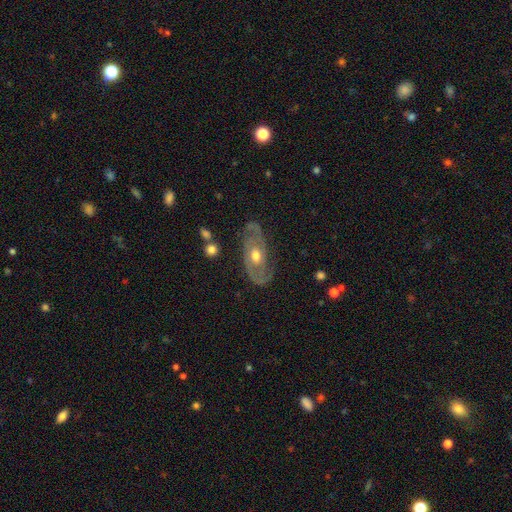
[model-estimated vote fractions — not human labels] smooth_or_featured: featured or disk (p=0.85) [alt: smooth p=0.09]
disk_edge_on: no (p=0.94) [alt: yes p=0.06]
bar: no (p=0.69) [alt: weak p=0.24]
has_spiral_arms: yes (p=0.91) [alt: no p=0.09]
spiral_winding: tight (p=0.44) [alt: medium p=0.42]
spiral_arm_count: 2 (p=0.82) [alt: can't tell p=0.09]
bulge_size: moderate (p=0.78) [alt: small p=0.14]
merging: none (p=0.75) [alt: minor disturbance p=0.17]